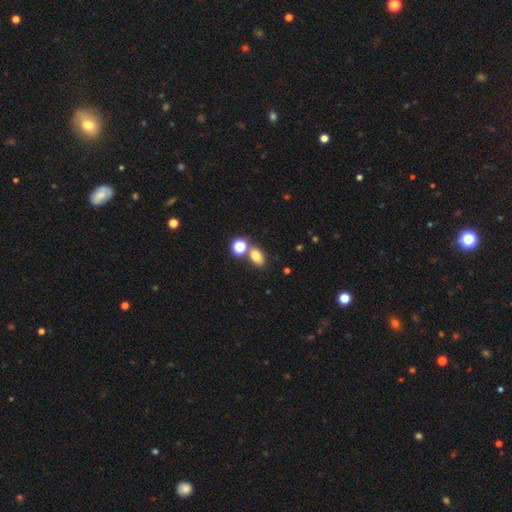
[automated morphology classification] type=smooth (77%); roundness=in between (73%); merging=none (63%).